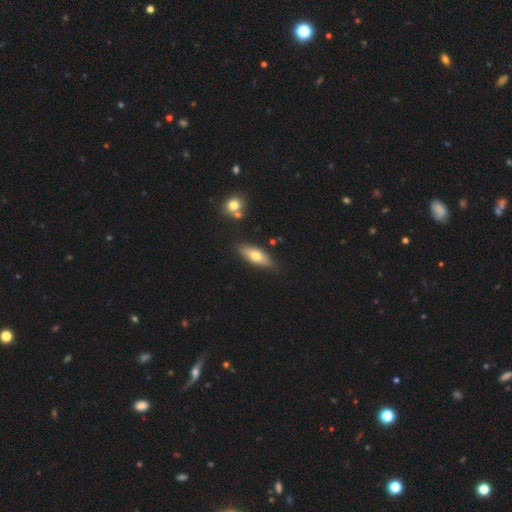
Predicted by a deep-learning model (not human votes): This is likely a smooth galaxy (67%). How rounded: likely in between (69%). Merging: clearly none (80%).